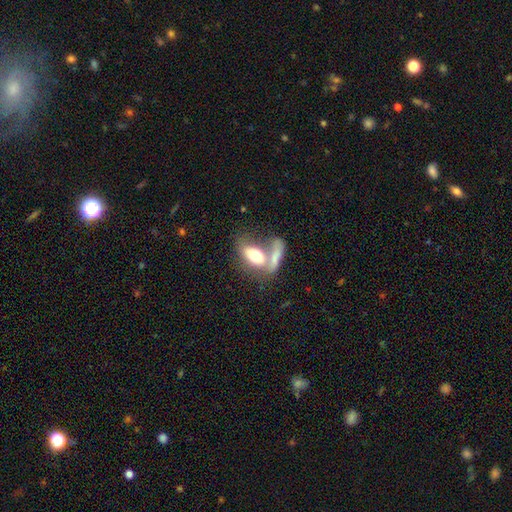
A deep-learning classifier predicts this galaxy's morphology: Q: Smooth or featured?
A: smooth (67%); runner-up: featured or disk (26%)
Q: How rounded?
A: in between (84%); runner-up: cigar-shaped (11%)
Q: Merging?
A: merger (55%); runner-up: none (23%)